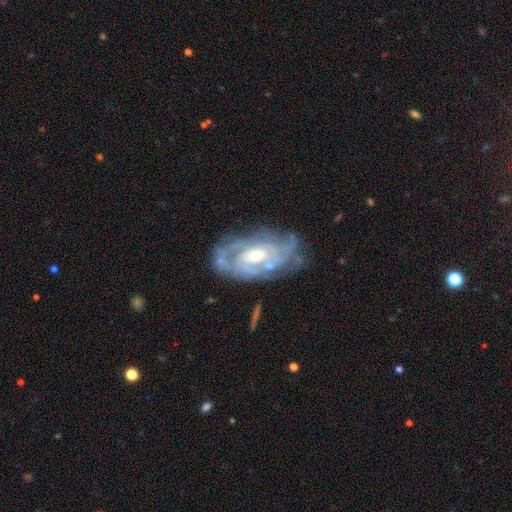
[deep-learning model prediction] Smooth or featured: featured or disk — 85% (smooth — 10%)
Edge-on disk: no — 95% (yes — 5%)
Bar: no — 55% (weak — 36%)
Spiral arms: yes — 90% (no — 10%)
Spiral winding: tight — 63% (medium — 29%)
Spiral arm count: can't tell — 43% (2 — 20%)
Bulge size: moderate — 58% (small — 34%)
Merging: none — 65% (minor disturbance — 22%)